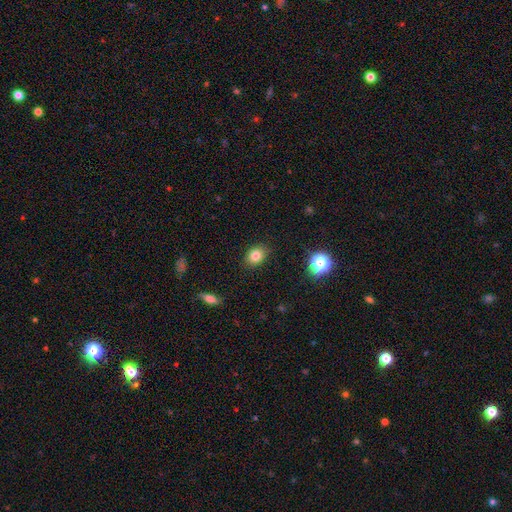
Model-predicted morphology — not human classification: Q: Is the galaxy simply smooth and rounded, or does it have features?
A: smooth — 81%.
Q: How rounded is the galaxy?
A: in between — 58%.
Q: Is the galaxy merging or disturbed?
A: none — 87%.